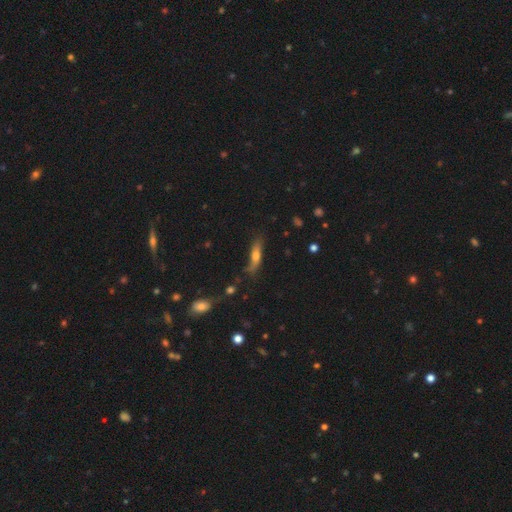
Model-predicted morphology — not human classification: Smooth or featured? Predicted: smooth (p=0.52). How rounded? Predicted: cigar-shaped (p=0.69). Merging? Predicted: none (p=0.63).